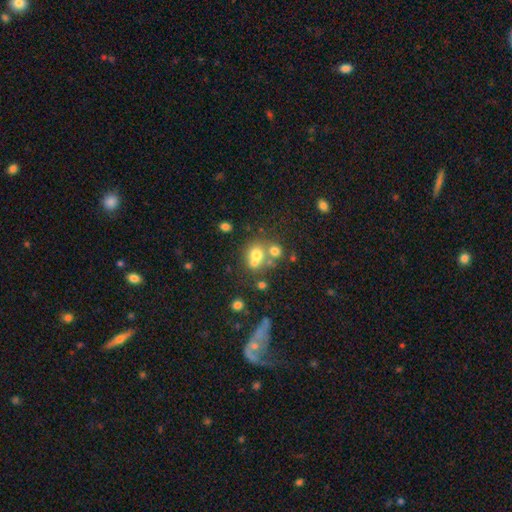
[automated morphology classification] Smooth or featured?
  - smooth: 66% *
  - featured or disk: 18%
  - star or artifact: 15%
How rounded?
  - round: 70% *
  - in between: 29%
  - cigar-shaped: 1%
Merging?
  - merger: 46% *
  - none: 38%
  - minor disturbance: 10%
  - major disturbance: 6%